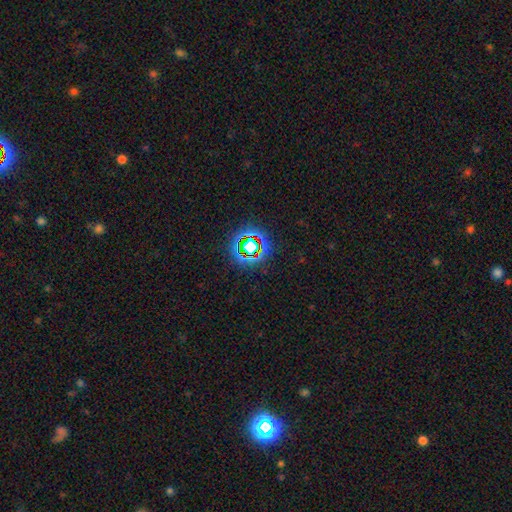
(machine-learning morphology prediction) Q: Smooth or featured?
A: star or artifact (68%); runner-up: smooth (19%)